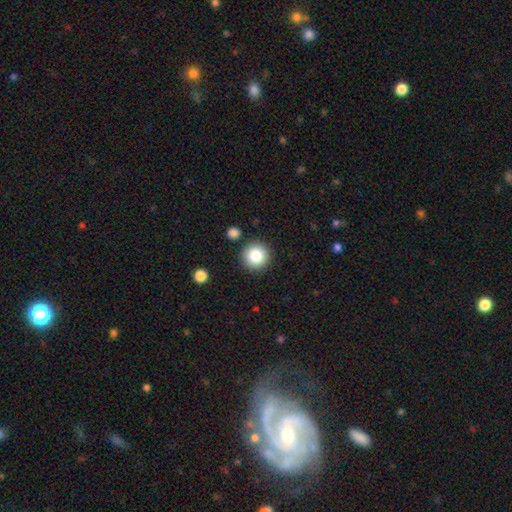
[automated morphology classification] The model was most divided on "smooth or featured": smooth: 84%, star or artifact: 9%, featured or disk: 7%. More confident: how rounded — round (95%); merging — none (88%).